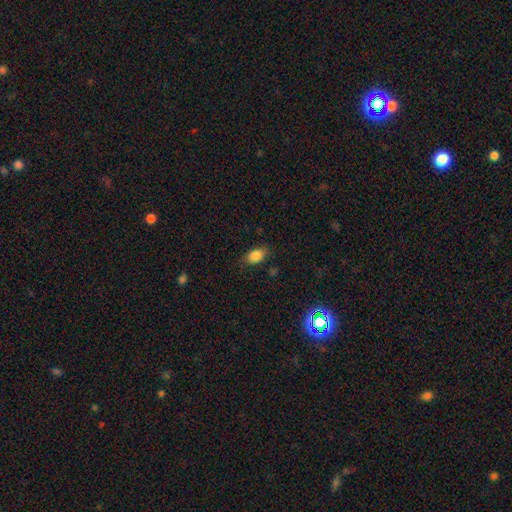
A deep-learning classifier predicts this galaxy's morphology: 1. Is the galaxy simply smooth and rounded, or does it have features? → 84% smooth, 10% star or artifact, 6% featured or disk.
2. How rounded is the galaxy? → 84% in between, 14% round, 2% cigar-shaped.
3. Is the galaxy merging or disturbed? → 80% none, 15% minor disturbance, 4% major disturbance, 1% merger.